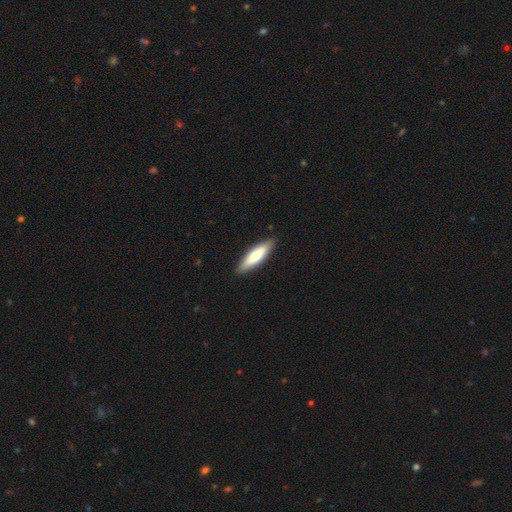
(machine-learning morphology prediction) Smooth or featured? smooth (69%)
How rounded? cigar-shaped (65%)
Merging? none (88%)